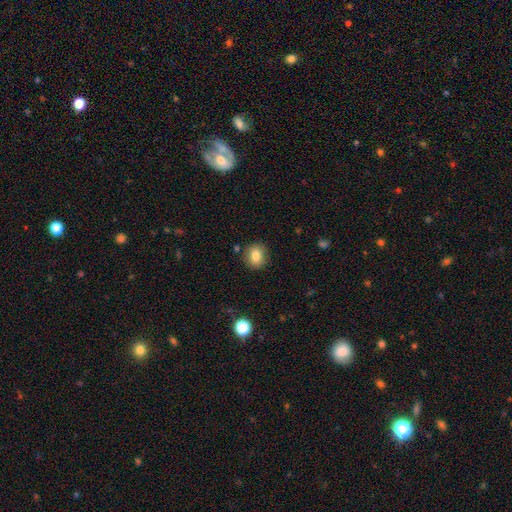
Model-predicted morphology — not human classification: smooth_or_featured: smooth (p=0.80) [alt: star or artifact p=0.10]
how_rounded: round (p=0.73) [alt: in between p=0.26]
merging: none (p=0.87) [alt: minor disturbance p=0.09]